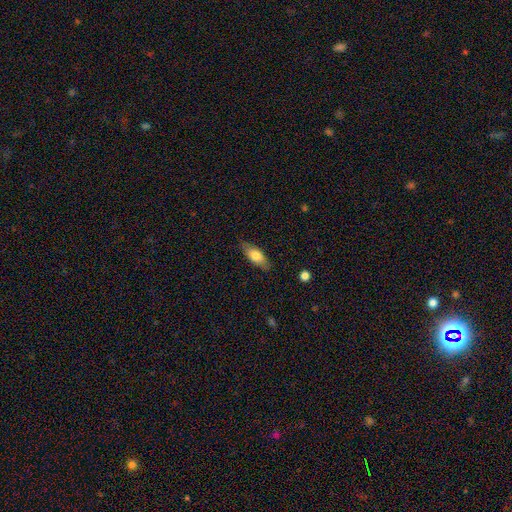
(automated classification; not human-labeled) smooth_or_featured: smooth (p=0.73) [alt: featured or disk p=0.21]
how_rounded: in between (p=0.75) [alt: cigar-shaped p=0.22]
merging: none (p=0.82) [alt: minor disturbance p=0.14]